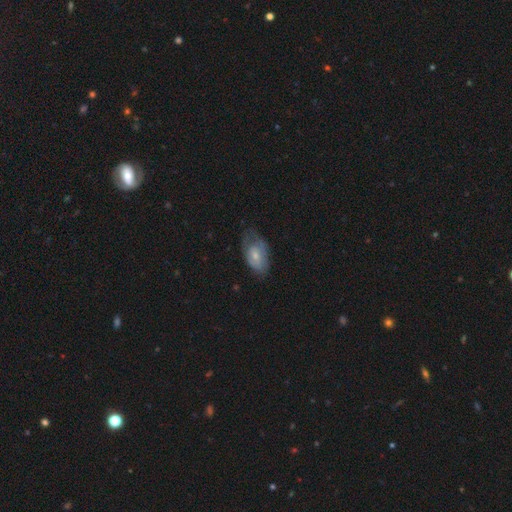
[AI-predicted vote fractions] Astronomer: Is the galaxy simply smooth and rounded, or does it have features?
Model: smooth — 53% (runner-up: featured or disk, 40%).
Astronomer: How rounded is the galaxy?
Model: in between — 91%.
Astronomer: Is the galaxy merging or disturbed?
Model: none — 42% (runner-up: minor disturbance, 35%).